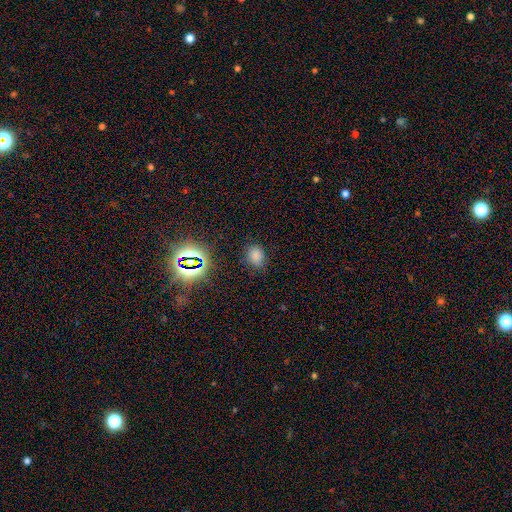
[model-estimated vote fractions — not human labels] smooth_or_featured: smooth (p=0.73) [alt: star or artifact p=0.22]
how_rounded: in between (p=0.57) [alt: round p=0.42]
merging: none (p=0.80) [alt: minor disturbance p=0.15]